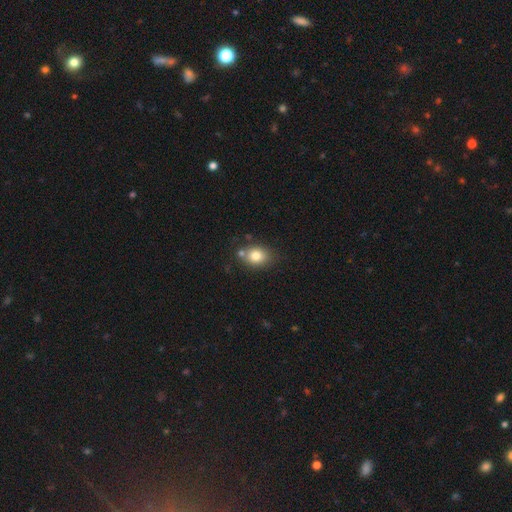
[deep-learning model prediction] This appears to be a smooth galaxy with no disk features (80%) that is round (50%). Merging: none (68%).